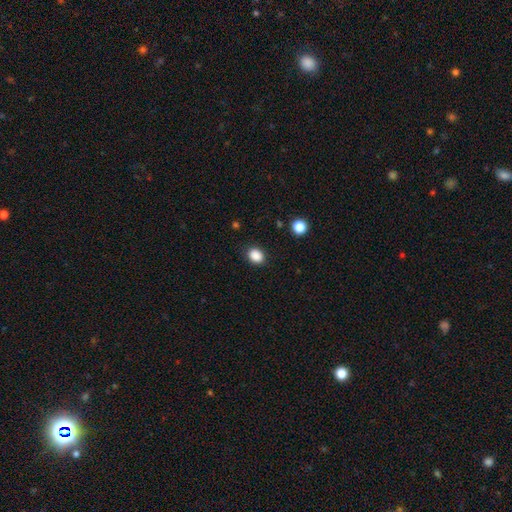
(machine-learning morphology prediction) Overall: smooth (88%). How rounded: in between (55%; round 44%). Merging: none (87%).